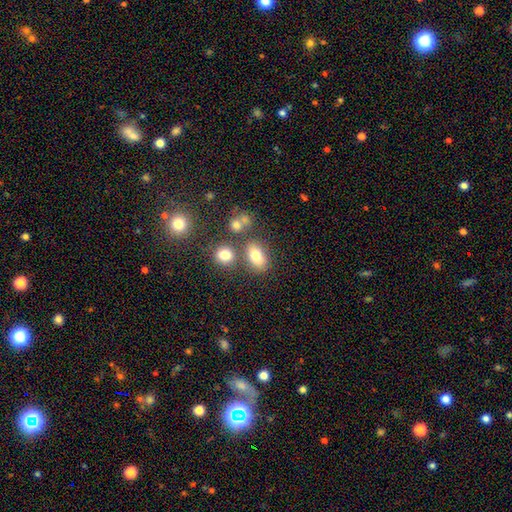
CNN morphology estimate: type=smooth (75%); roundness=in between (77%); merging=none (66%).